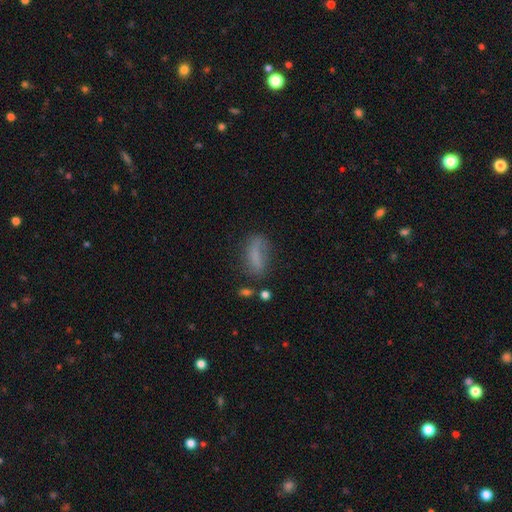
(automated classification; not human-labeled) Smooth or featured?
  - smooth: 68% *
  - featured or disk: 21%
  - star or artifact: 11%
How rounded?
  - in between: 70% *
  - cigar-shaped: 26%
  - round: 5%
Merging?
  - none: 52% *
  - minor disturbance: 26%
  - major disturbance: 15%
  - merger: 7%